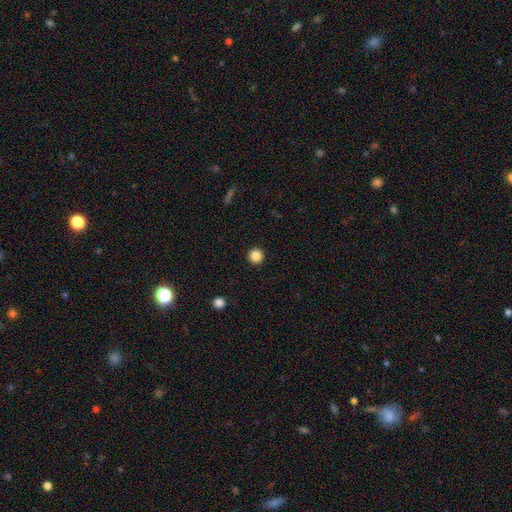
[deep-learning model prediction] Smooth or featured: smooth — 86% (star or artifact — 11%)
How rounded: round — 96% (in between — 3%)
Merging: none — 94% (minor disturbance — 4%)